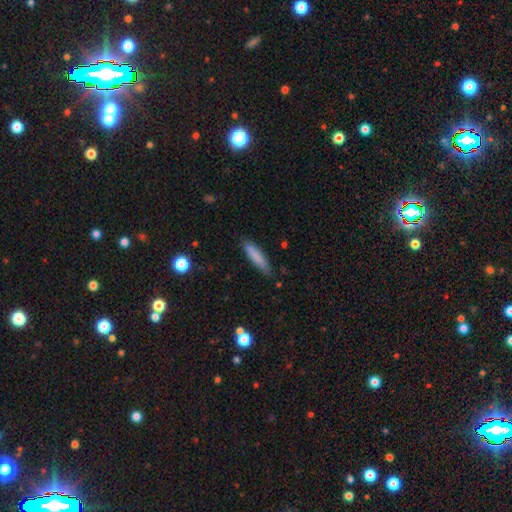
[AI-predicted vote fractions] This appears to be a smooth galaxy with no disk features (81%) that is cigar-shaped (85%). Merging: none (84%).